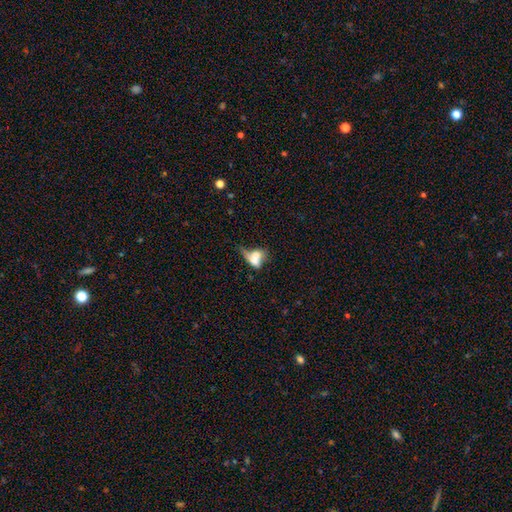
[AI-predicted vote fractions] Smooth or featured? smooth (59%)
How rounded? in between (63%)
Merging? merger (59%)